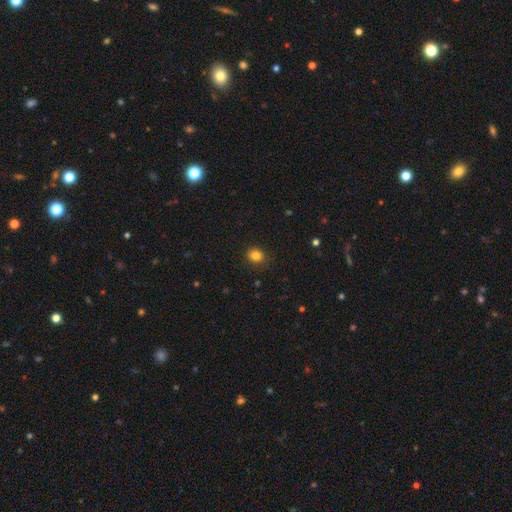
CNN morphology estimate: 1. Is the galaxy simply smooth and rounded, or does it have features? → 84% smooth, 12% star or artifact, 4% featured or disk.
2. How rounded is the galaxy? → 75% round, 24% in between, 1% cigar-shaped.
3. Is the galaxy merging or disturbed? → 89% none, 8% minor disturbance, 2% major disturbance, 1% merger.